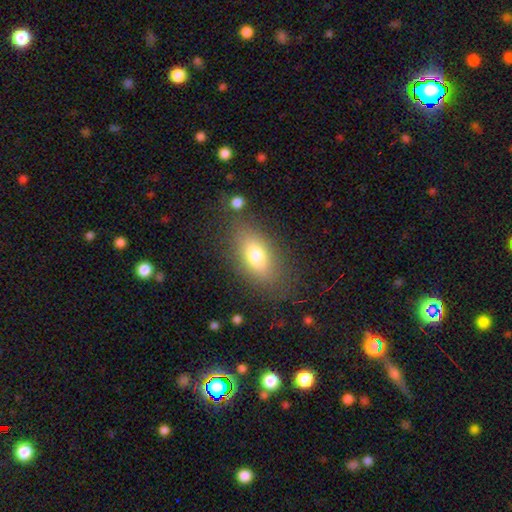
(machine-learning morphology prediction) type=smooth (74%); roundness=in between (84%); merging=none (77%).